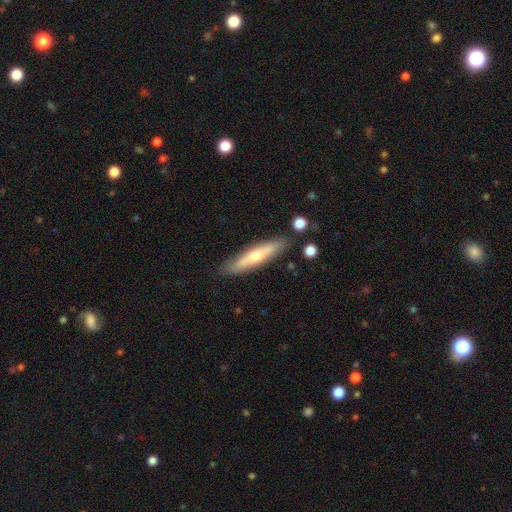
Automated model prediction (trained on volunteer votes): Smooth or featured? Predicted: featured or disk (p=0.49). Merging? Predicted: none (p=0.86).